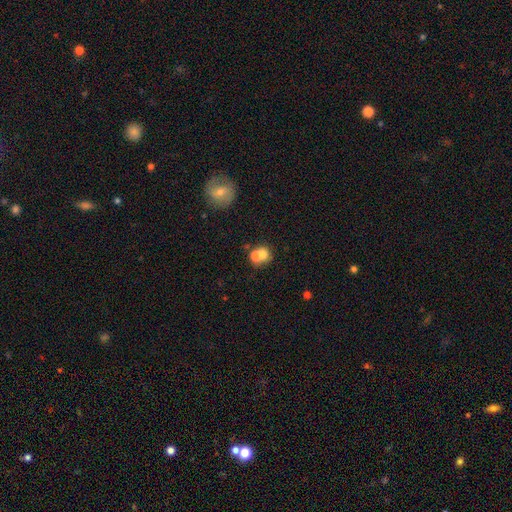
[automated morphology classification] This appears to be a smooth galaxy with no disk features (67%) that is round (69%). Merging: merger (62%).